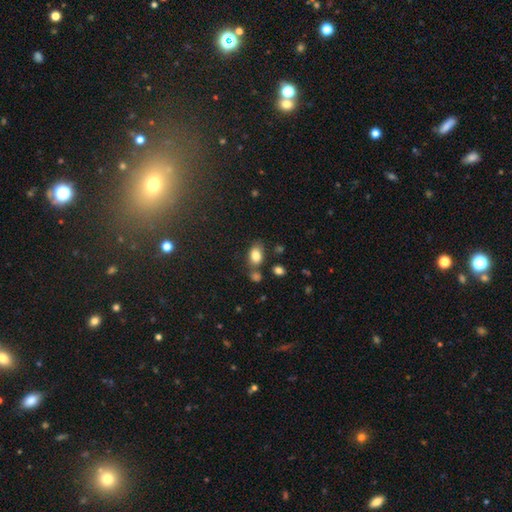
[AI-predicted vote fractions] A smooth galaxy with no disk features (82%) that is in between round and cigar-shaped (84%). Merging: none (66%).